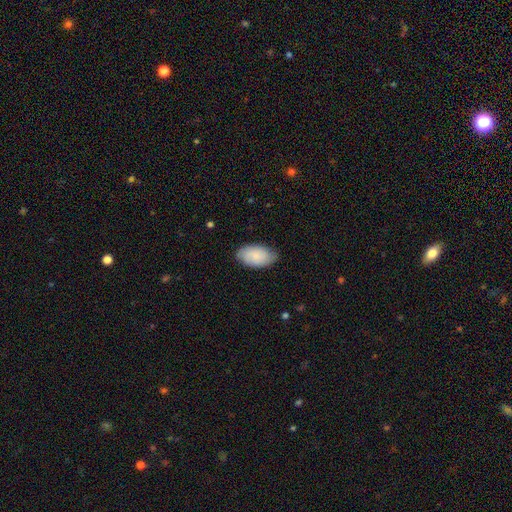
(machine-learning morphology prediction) A smooth galaxy with no disk features (79%) that is in between round and cigar-shaped (95%).

Vote fractions:
- Smooth or featured? smooth: 79% / featured or disk: 15% / star or artifact: 6%
- How rounded? in between: 95% / round: 4% / cigar-shaped: 2%
- Merging? none: 76% / minor disturbance: 20% / major disturbance: 3% / merger: 1%